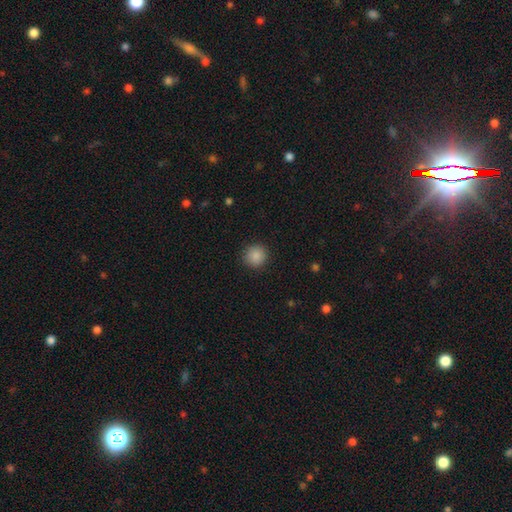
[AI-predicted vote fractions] Overall: smooth (87%). How rounded: round (94%). Merging: none (91%).